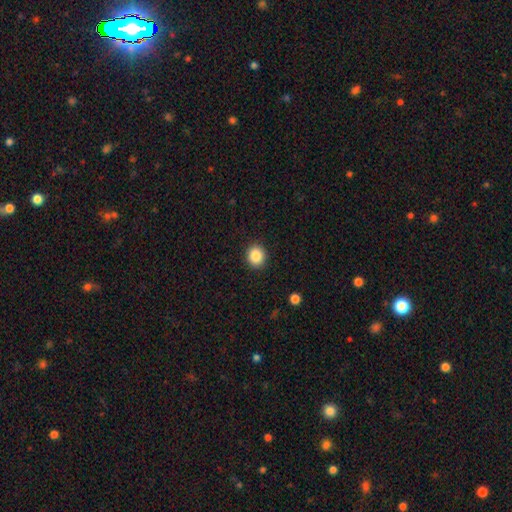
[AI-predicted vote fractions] Smooth or featured? smooth (87%)
How rounded? round (80%)
Merging? none (91%)